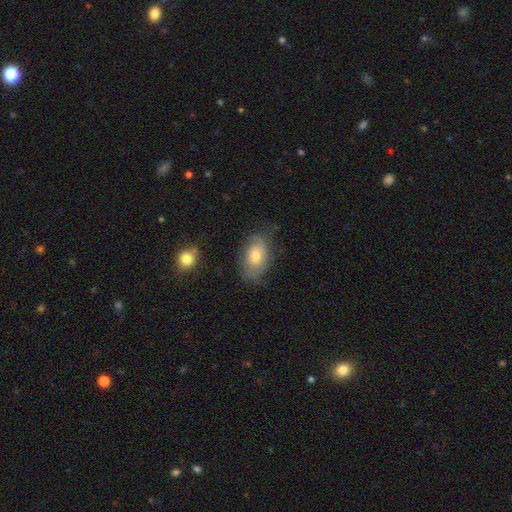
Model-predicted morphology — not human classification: This is likely a smooth galaxy (62%). How rounded: clearly in between (88%). Merging: likely none (67%).